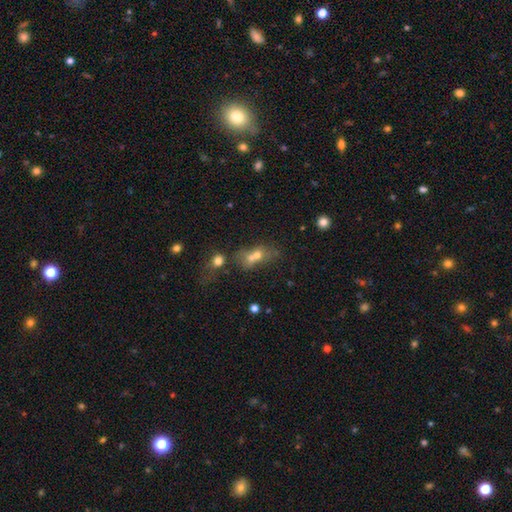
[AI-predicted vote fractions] Smooth or featured? Predicted: smooth (p=0.59). How rounded? Predicted: in between (p=0.51). Merging? Predicted: merger (p=0.64).